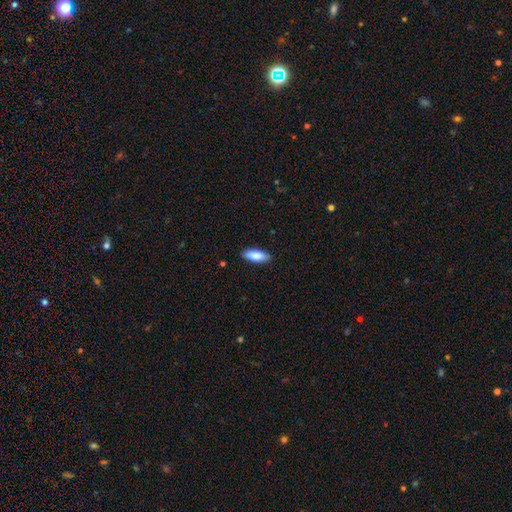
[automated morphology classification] Smooth or featured: smooth — 86% (featured or disk — 8%)
How rounded: in between — 71% (cigar-shaped — 27%)
Merging: none — 88% (minor disturbance — 9%)